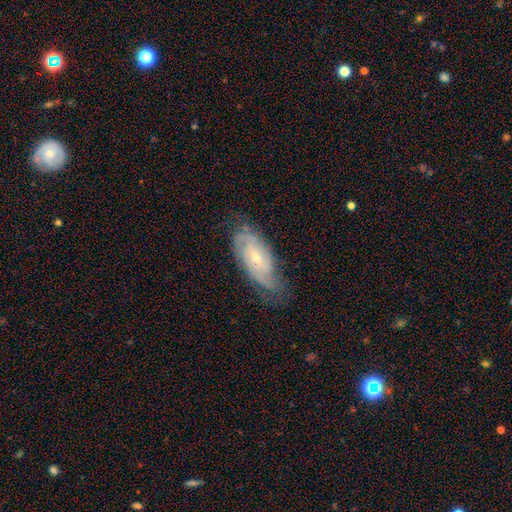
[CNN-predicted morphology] smooth_or_featured: featured or disk (p=0.73) [alt: smooth p=0.17]
disk_edge_on: no (p=0.90) [alt: yes p=0.10]
bar: no (p=0.67) [alt: weak p=0.27]
has_spiral_arms: yes (p=0.92) [alt: no p=0.08]
spiral_winding: tight (p=0.55) [alt: medium p=0.35]
spiral_arm_count: 2 (p=0.43) [alt: can't tell p=0.32]
bulge_size: small (p=0.63) [alt: moderate p=0.33]
merging: none (p=0.74) [alt: minor disturbance p=0.19]